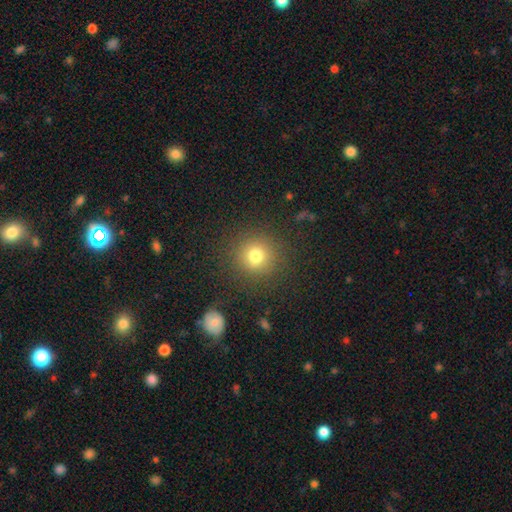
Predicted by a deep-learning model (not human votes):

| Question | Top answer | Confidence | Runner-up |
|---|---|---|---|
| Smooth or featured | smooth | 76% | star or artifact (15%) |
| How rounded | round | 93% | in between (6%) |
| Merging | none | 87% | minor disturbance (8%) |